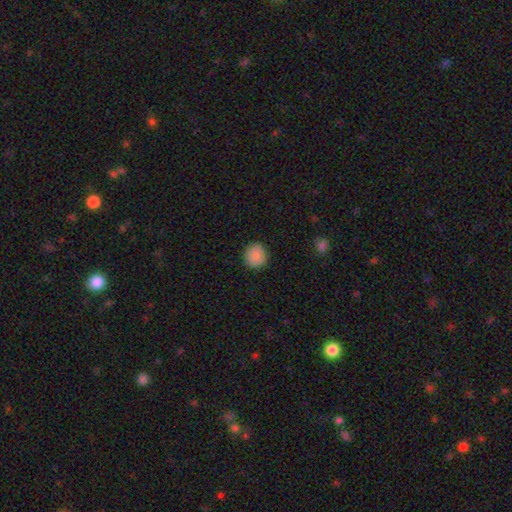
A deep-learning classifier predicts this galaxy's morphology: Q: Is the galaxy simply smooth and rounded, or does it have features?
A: smooth — 88%.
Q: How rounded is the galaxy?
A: round — 85%.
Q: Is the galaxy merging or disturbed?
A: none — 89%.